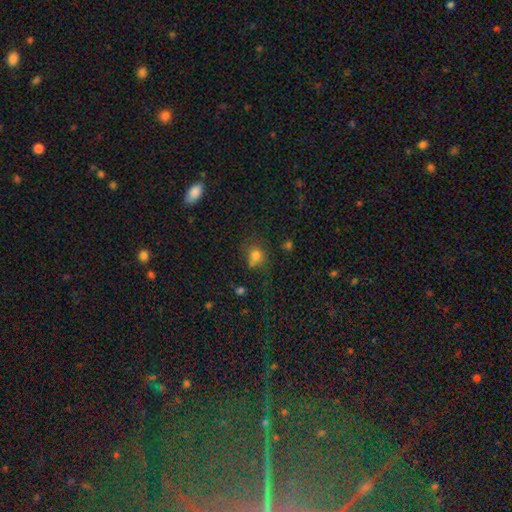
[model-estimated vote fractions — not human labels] A smooth galaxy with no disk features (75%) that is round (77%).

Vote fractions:
- Smooth or featured? smooth: 75% / star or artifact: 16% / featured or disk: 9%
- How rounded? round: 77% / in between: 22% / cigar-shaped: 1%
- Merging? none: 61% / minor disturbance: 18% / merger: 14% / major disturbance: 7%